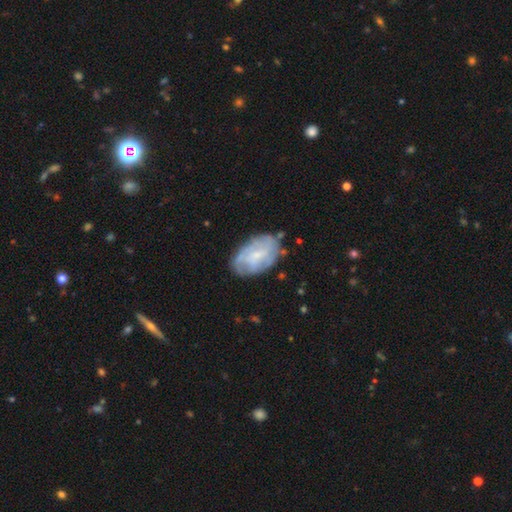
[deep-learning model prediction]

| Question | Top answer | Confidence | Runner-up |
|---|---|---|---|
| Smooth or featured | featured or disk | 58% | smooth (35%) |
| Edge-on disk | no | 96% | yes (4%) |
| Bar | no | 53% | weak (39%) |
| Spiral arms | yes | 68% | no (32%) |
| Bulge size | small | 58% | moderate (24%) |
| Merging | none | 68% | minor disturbance (22%) |